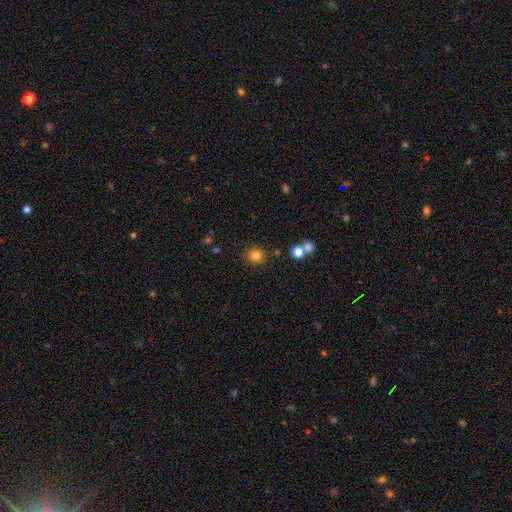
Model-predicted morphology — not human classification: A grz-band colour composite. It shows a smooth galaxy with no disk features (82%) that is round (90%). Merging: none (85%).